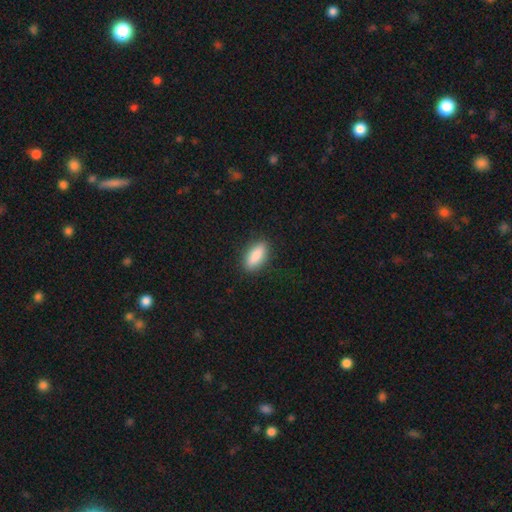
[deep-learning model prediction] This appears to be a smooth galaxy with no disk features (88%) that is in between round and cigar-shaped (77%). Merging: none (88%).